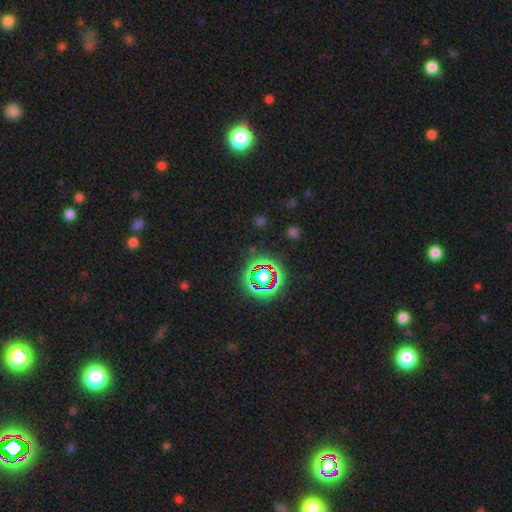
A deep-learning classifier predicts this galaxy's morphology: A star or artifact, not a galaxy (73%).

Vote fractions:
- Smooth or featured? star or artifact: 73% / smooth: 17% / featured or disk: 10%